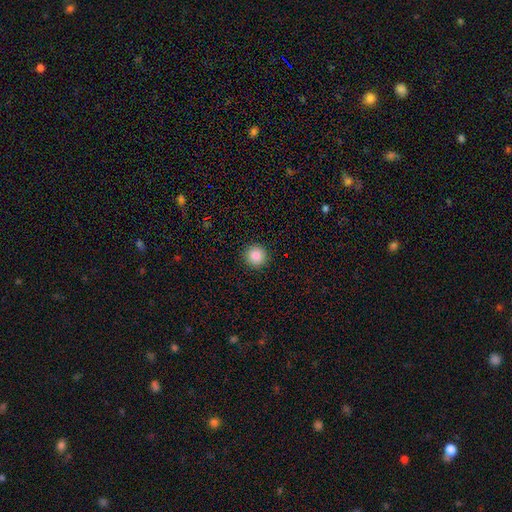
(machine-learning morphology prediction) Smooth or featured? smooth (86%)
How rounded? round (95%)
Merging? none (92%)